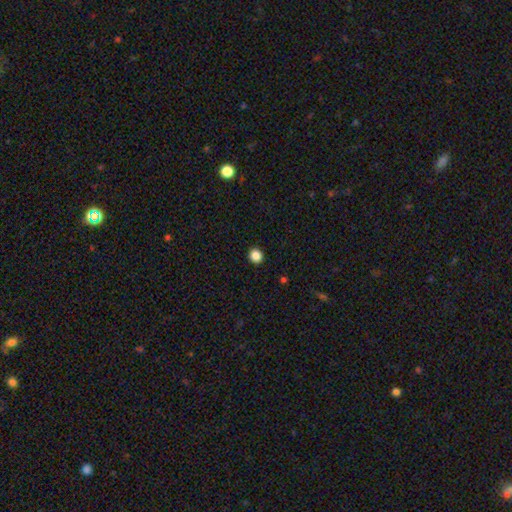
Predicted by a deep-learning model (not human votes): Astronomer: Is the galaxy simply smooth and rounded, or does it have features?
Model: smooth — 86%.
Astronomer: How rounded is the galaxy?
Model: round — 87%.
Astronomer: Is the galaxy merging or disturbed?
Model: none — 93%.